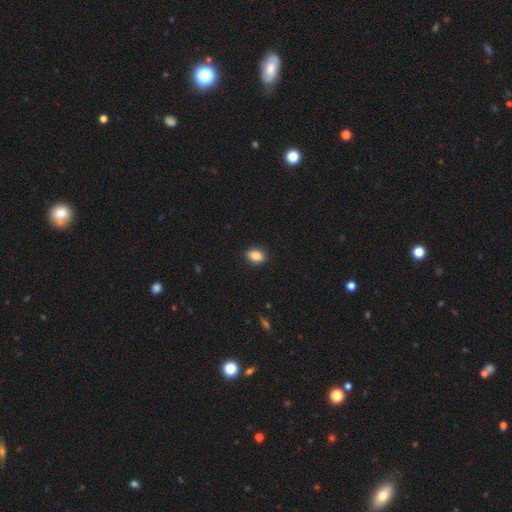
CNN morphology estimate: Smooth or featured?
  - smooth: 86% *
  - star or artifact: 8%
  - featured or disk: 5%
How rounded?
  - in between: 79% *
  - round: 19%
  - cigar-shaped: 2%
Merging?
  - none: 89% *
  - minor disturbance: 8%
  - major disturbance: 2%
  - merger: 1%